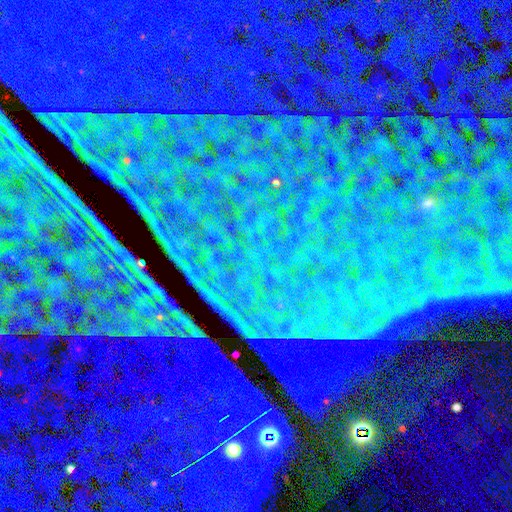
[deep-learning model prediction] Q: Smooth or featured?
A: star or artifact (88%); runner-up: featured or disk (6%)